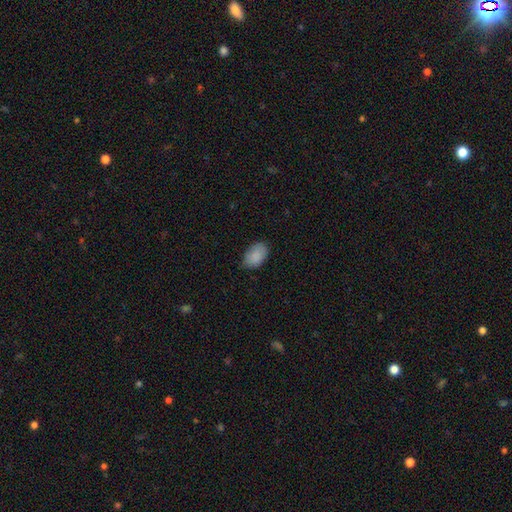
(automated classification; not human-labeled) A smooth galaxy with no disk features (89%) that is in between round and cigar-shaped (90%). Merging: none (76%).